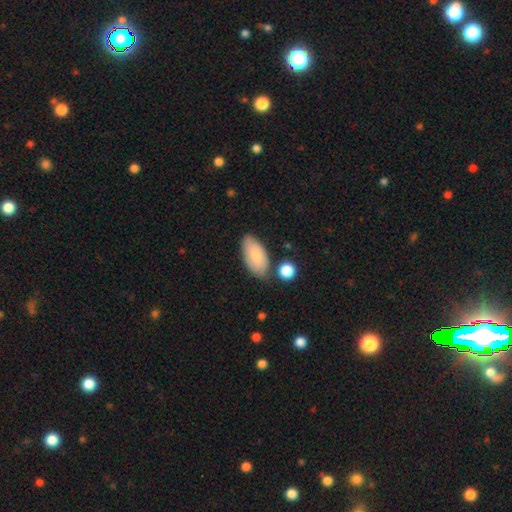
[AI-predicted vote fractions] Smooth or featured? Predicted: smooth (p=0.80). How rounded? Predicted: in between (p=0.93). Merging? Predicted: none (p=0.70).